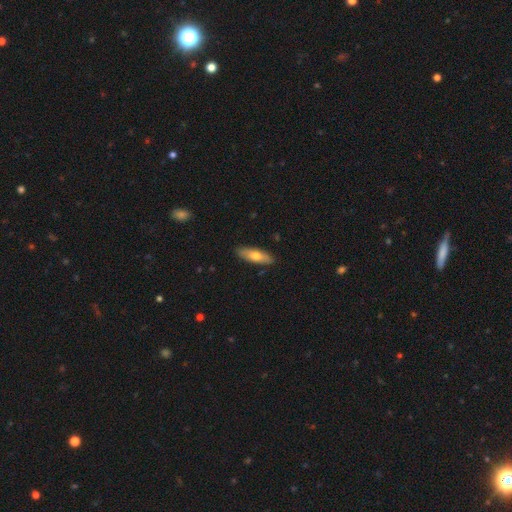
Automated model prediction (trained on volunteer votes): This appears to be a smooth galaxy with no disk features (68%) that is in between round and cigar-shaped (54%). Merging: none (88%).